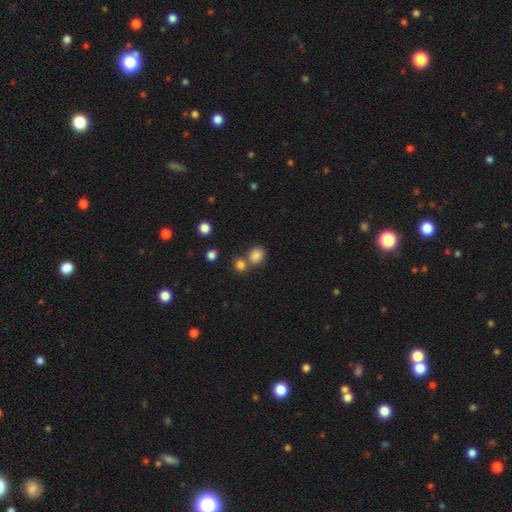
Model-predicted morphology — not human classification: type=smooth (83%); roundness=round (64%); merging=none (56%).